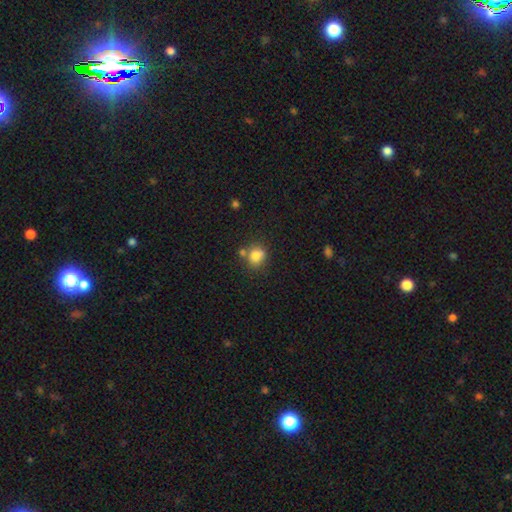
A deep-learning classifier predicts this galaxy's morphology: smooth 80%, star or artifact 11%, featured or disk 9%. Down the decision tree: how rounded — round (67%); merging — none (58%).